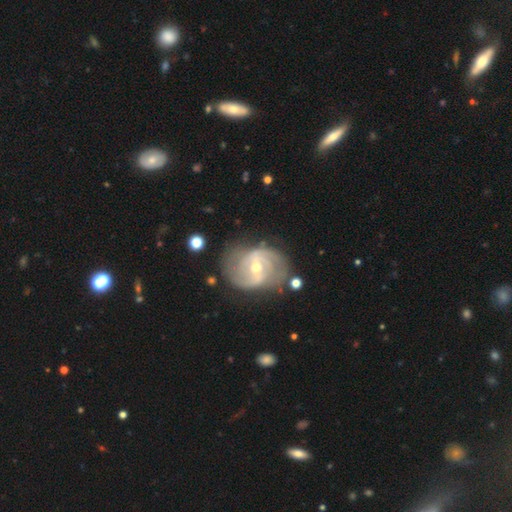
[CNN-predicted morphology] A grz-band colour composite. It shows a featured or disk galaxy (84%) with a weak bar (47%), 2 (68%) medium (44%) spiral arms (93%) and a moderate central bulge (49%). Merging: none (70%).